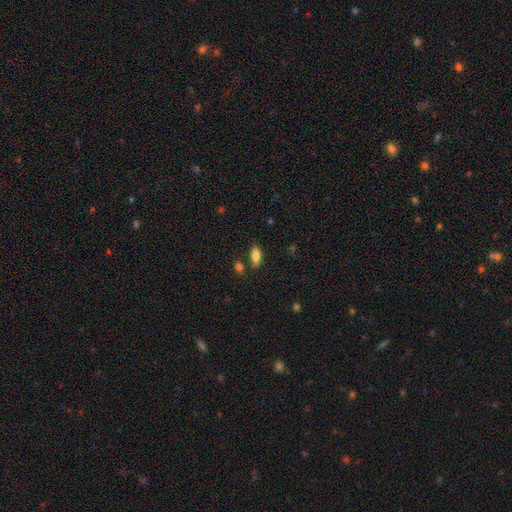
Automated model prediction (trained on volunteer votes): smooth 83%, featured or disk 9%, star or artifact 8%. Down the decision tree: how rounded — in between (84%); merging — none (78%).